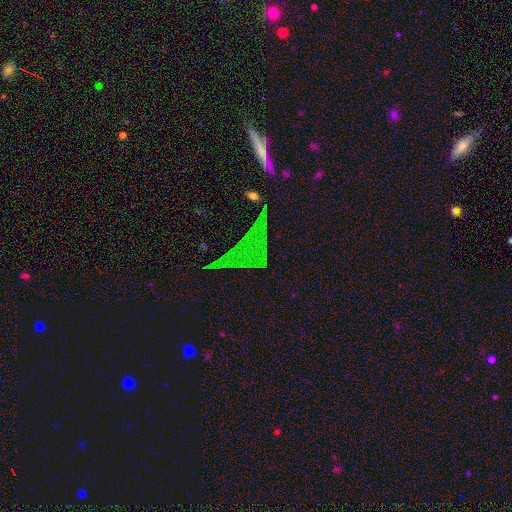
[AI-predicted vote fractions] The model was most divided on "smooth or featured": star or artifact: 65%, smooth: 18%, featured or disk: 17%.